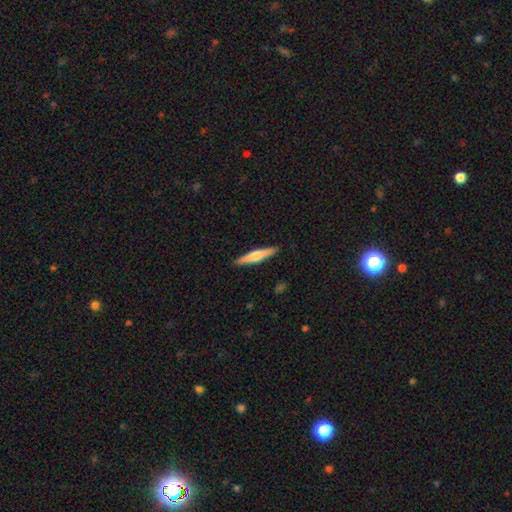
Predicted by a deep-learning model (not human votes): Overall: smooth (52%; featured or disk 43%). How rounded: cigar-shaped (90%). Merging: none (91%).